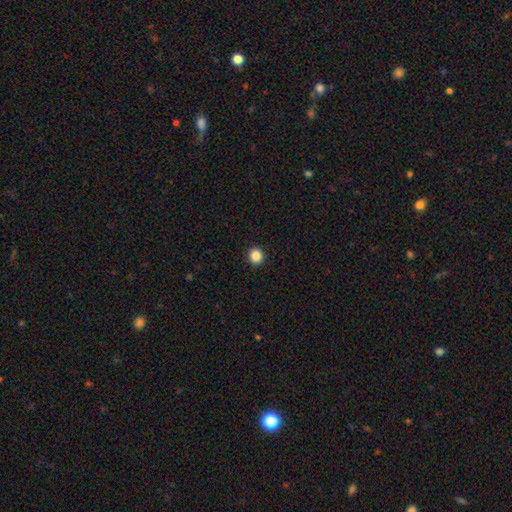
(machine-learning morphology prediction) Smooth or featured? Predicted: smooth (p=0.87). How rounded? Predicted: round (p=0.90). Merging? Predicted: none (p=0.93).